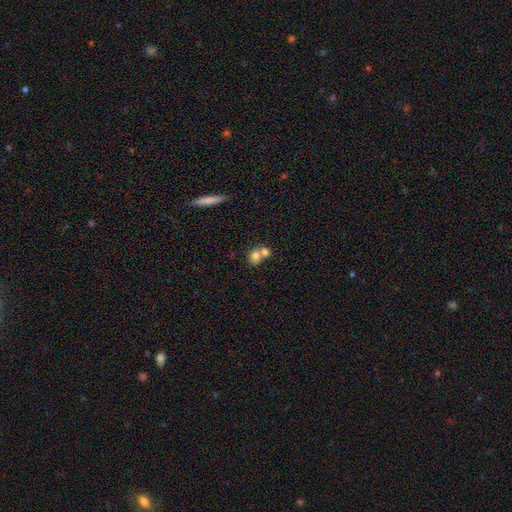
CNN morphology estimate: The model was most divided on "merging": merger: 58%, none: 32%, minor disturbance: 7%, major disturbance: 3%. More confident: smooth or featured — smooth (75%); how rounded — round (64%).